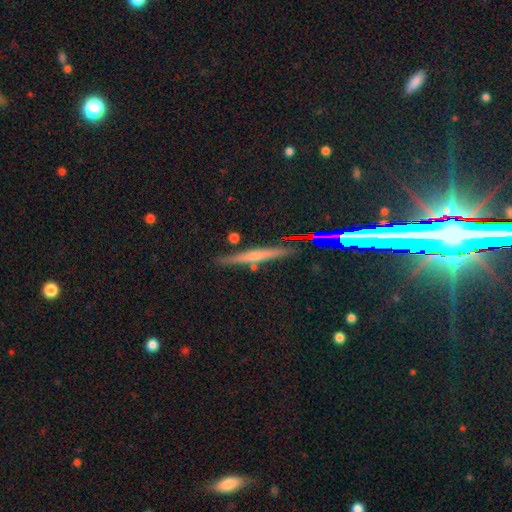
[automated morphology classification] This appears to be a featured or disk galaxy (47%). Merging: none (85%).